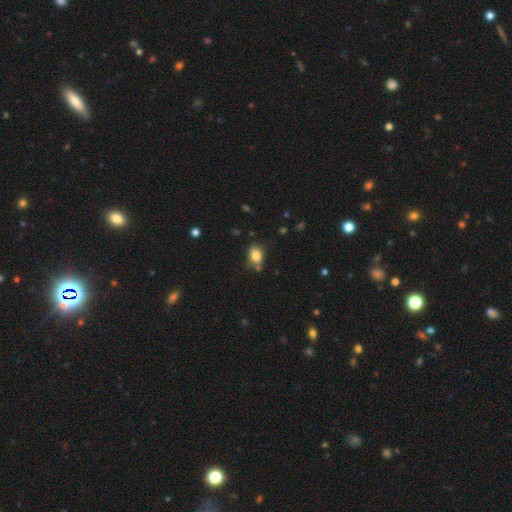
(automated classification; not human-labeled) Smooth or featured? Predicted: smooth (p=0.83). How rounded? Predicted: in between (p=0.71). Merging? Predicted: none (p=0.67).